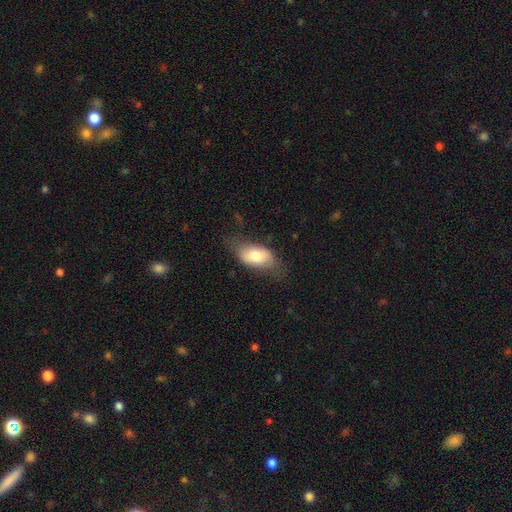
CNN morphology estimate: A smooth galaxy with no disk features (70%) that is in between round and cigar-shaped (90%). Merging: none (53%).